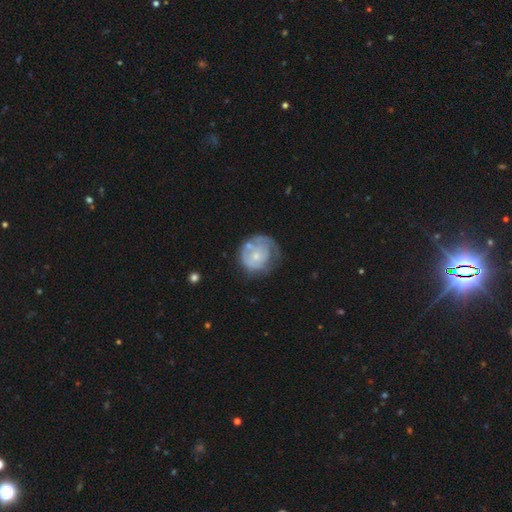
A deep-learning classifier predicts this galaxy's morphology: featured or disk 58%, smooth 36%, star or artifact 6%. Down the decision tree: edge-on disk — no (98%); bar — no (83%); spiral arms — yes (57%); bulge size — small (59%); merging — none (49%).